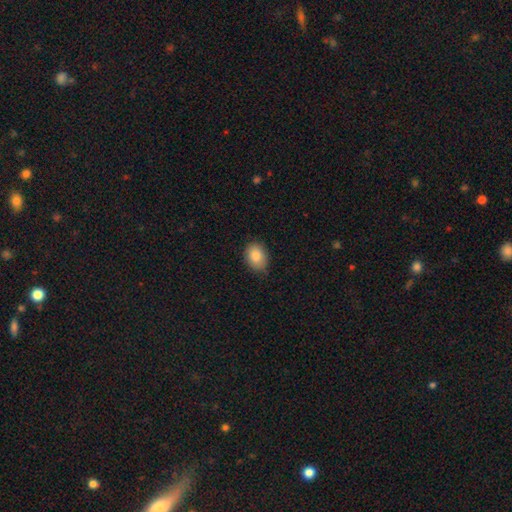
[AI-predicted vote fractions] Q: Smooth or featured?
A: smooth (85%); runner-up: star or artifact (8%)
Q: How rounded?
A: in between (69%); runner-up: round (30%)
Q: Merging?
A: none (80%); runner-up: minor disturbance (17%)